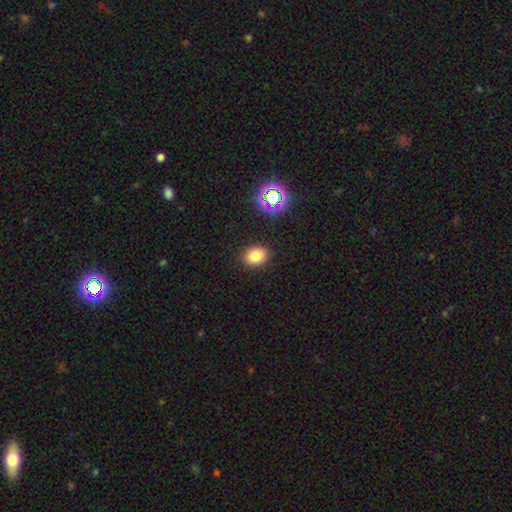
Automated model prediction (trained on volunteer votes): Morphology: type=smooth (79%); roundness=in between (50%); merging=none (87%).